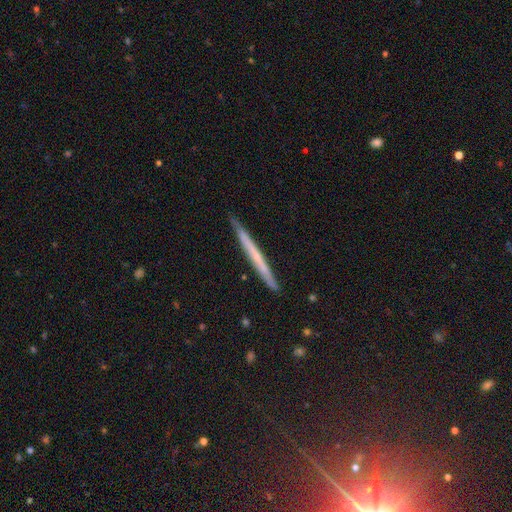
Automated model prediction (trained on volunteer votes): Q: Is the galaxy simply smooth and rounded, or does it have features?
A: featured or disk — 51%.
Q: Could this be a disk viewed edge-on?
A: yes — 97%.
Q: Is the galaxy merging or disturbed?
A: none — 89%.